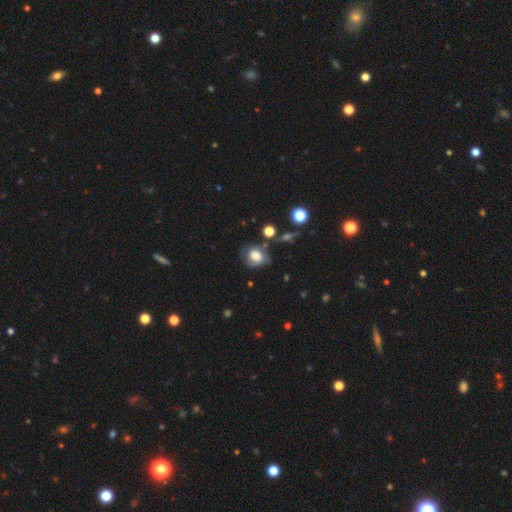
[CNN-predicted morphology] smooth 66%, featured or disk 24%, star or artifact 10%. Down the decision tree: how rounded — round (52%); merging — none (58%).